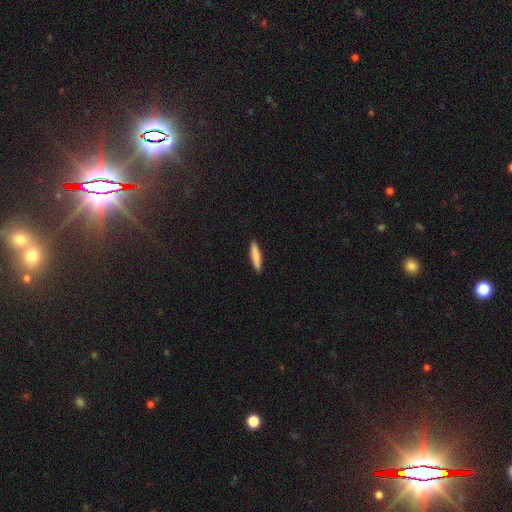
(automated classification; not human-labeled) This is clearly a smooth galaxy (83%). How rounded: clearly cigar-shaped (87%). Merging: clearly none (91%).